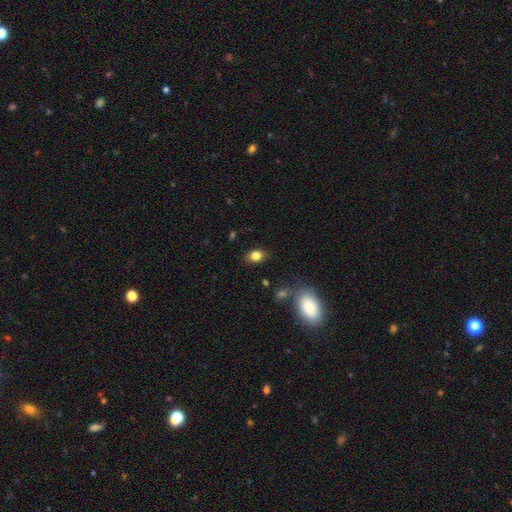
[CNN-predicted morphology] This appears to be a smooth galaxy with no disk features (82%) that is in between round and cigar-shaped (64%). Merging: none (82%).